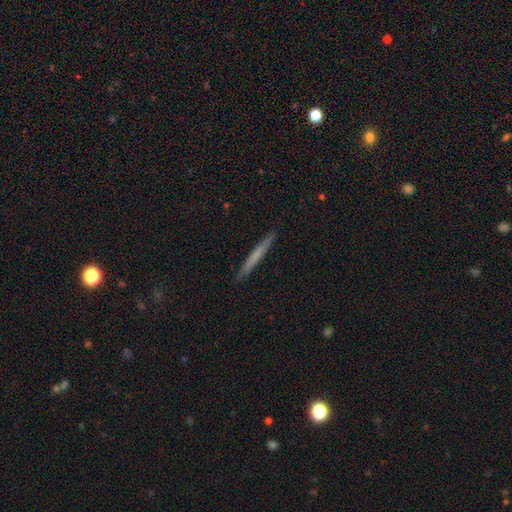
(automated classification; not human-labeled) Smooth or featured? Predicted: smooth (p=0.59). How rounded? Predicted: cigar-shaped (p=0.97). Merging? Predicted: none (p=0.92).